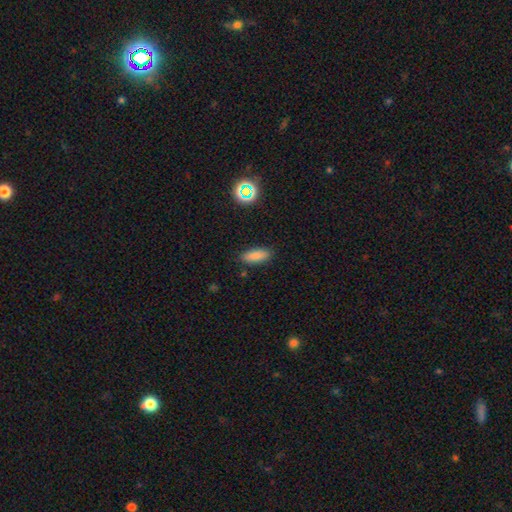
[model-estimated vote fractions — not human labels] This appears to be a smooth galaxy with no disk features (83%) that is in between round and cigar-shaped (67%). Merging: none (87%).